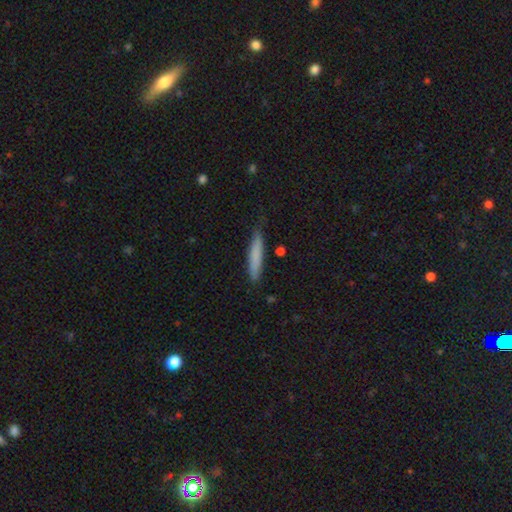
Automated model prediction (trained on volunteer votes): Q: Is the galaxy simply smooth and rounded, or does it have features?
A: smooth — 79%.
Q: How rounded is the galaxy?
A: cigar-shaped — 92%.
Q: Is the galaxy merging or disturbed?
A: none — 80%.